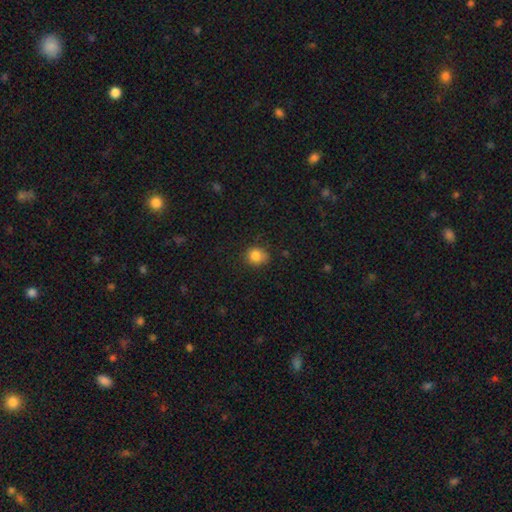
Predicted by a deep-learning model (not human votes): A smooth galaxy with no disk features (84%) that is round (74%).

Vote fractions:
- Smooth or featured? smooth: 84% / star or artifact: 11% / featured or disk: 6%
- How rounded? round: 74% / in between: 25% / cigar-shaped: 1%
- Merging? none: 77% / minor disturbance: 18% / major disturbance: 3% / merger: 2%